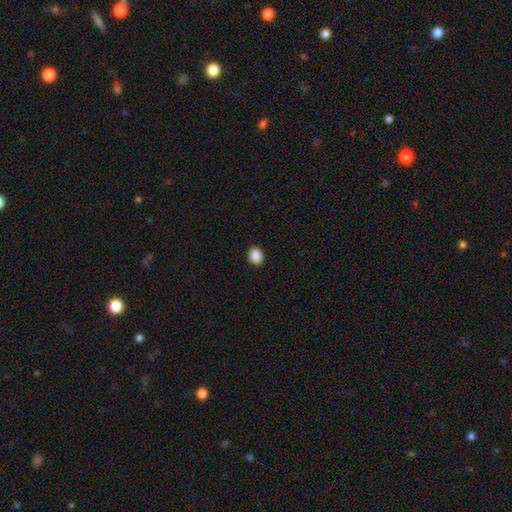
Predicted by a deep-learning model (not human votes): A smooth galaxy with no disk features (89%) that is round (64%).

Vote fractions:
- Smooth or featured? smooth: 89% / star or artifact: 9% / featured or disk: 2%
- How rounded? round: 64% / in between: 36% / cigar-shaped: 1%
- Merging? none: 91% / minor disturbance: 6% / major disturbance: 2% / merger: 1%